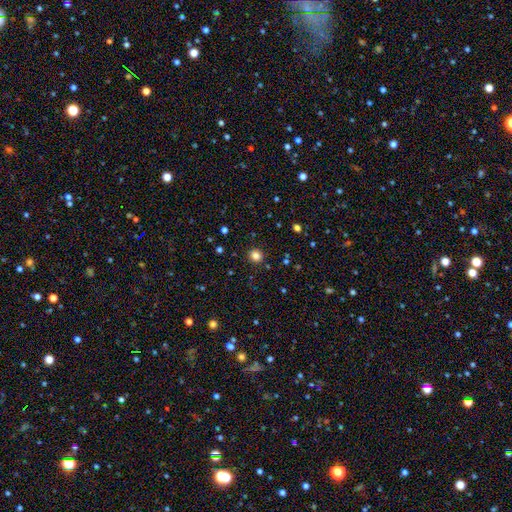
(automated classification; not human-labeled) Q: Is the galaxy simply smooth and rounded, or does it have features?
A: smooth — 83%.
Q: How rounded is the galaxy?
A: round — 88%.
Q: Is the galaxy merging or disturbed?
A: none — 92%.